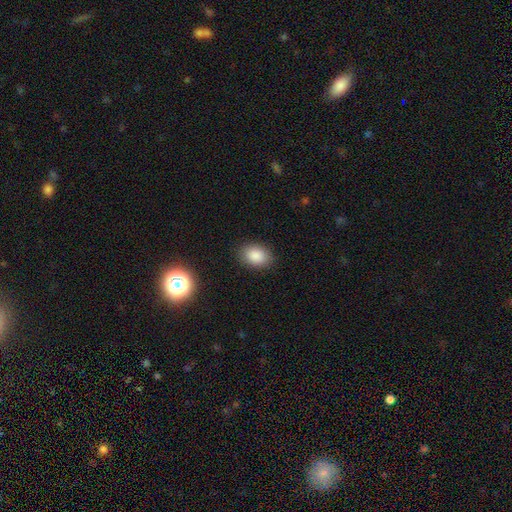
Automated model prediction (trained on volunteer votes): Smooth or featured? Predicted: smooth (p=0.87). How rounded? Predicted: in between (p=0.77). Merging? Predicted: none (p=0.87).